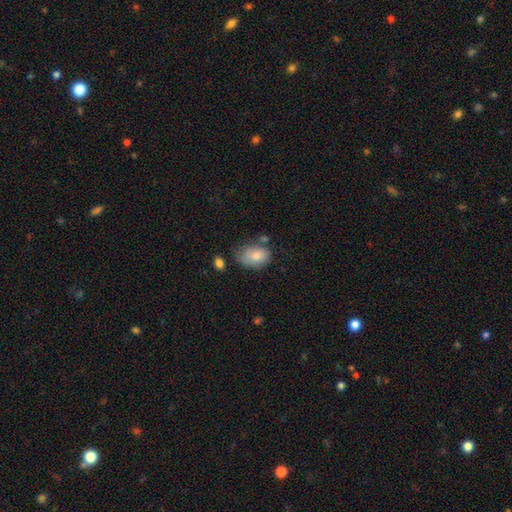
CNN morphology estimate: smooth-or-featured: smooth: 79% | featured or disk: 14% | star or artifact: 7%
  how-rounded: in between: 80% | round: 19% | cigar-shaped: 1%
  merging: none: 53% | minor disturbance: 31% | major disturbance: 9% | merger: 7%